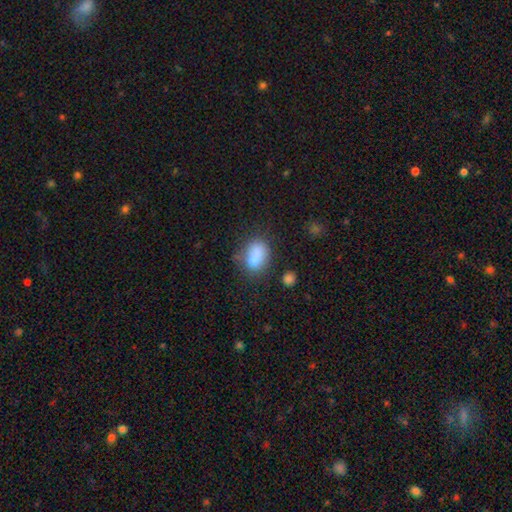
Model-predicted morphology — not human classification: smooth_or_featured: smooth (p=0.79) [alt: featured or disk p=0.12]
how_rounded: in between (p=0.76) [alt: round p=0.22]
merging: none (p=0.49) [alt: merger p=0.22]